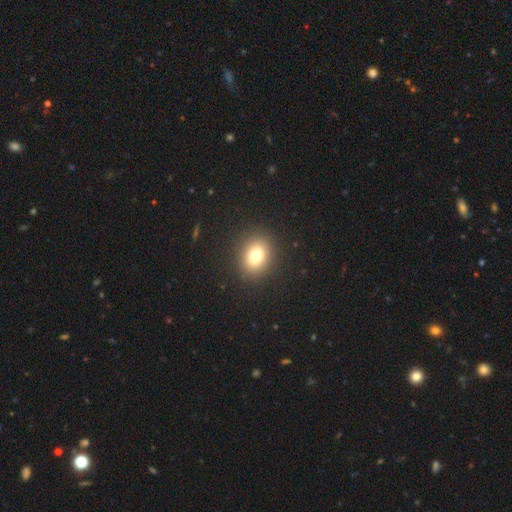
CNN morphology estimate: Q: Smooth or featured?
A: smooth (78%); runner-up: star or artifact (12%)
Q: How rounded?
A: round (53%); runner-up: in between (46%)
Q: Merging?
A: none (90%); runner-up: minor disturbance (6%)